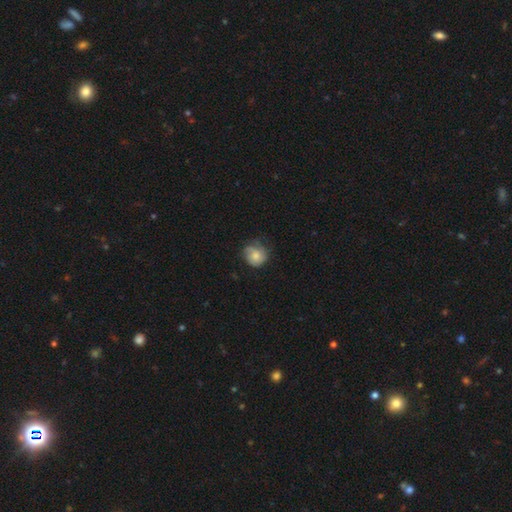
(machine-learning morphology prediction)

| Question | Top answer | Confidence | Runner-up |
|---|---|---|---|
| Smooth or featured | smooth | 69% | featured or disk (23%) |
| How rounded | round | 82% | in between (17%) |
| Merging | none | 57% | minor disturbance (30%) |